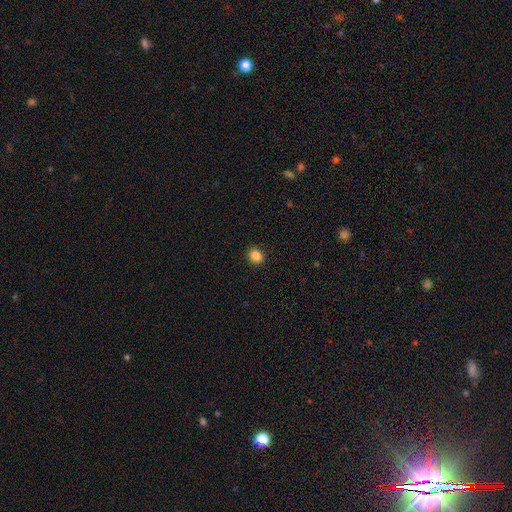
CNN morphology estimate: Smooth or featured? Predicted: smooth (p=0.86). How rounded? Predicted: round (p=0.75). Merging? Predicted: none (p=0.92).